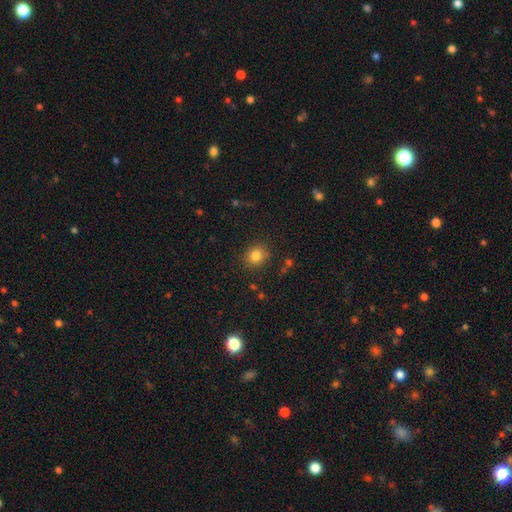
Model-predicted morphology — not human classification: Smooth or featured? Predicted: smooth (p=0.83). How rounded? Predicted: round (p=0.80). Merging? Predicted: none (p=0.82).